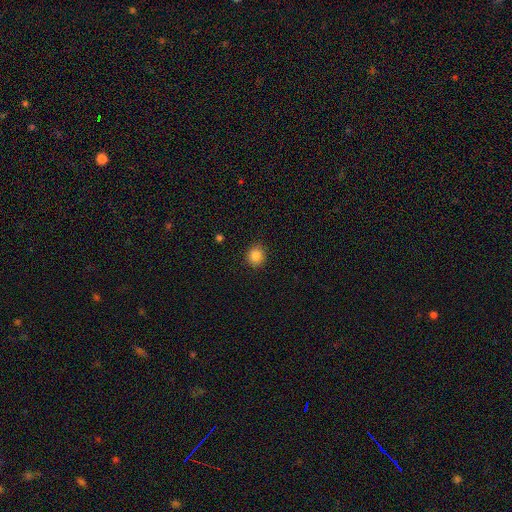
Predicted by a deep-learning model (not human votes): smooth 85%, star or artifact 11%, featured or disk 4%. Down the decision tree: how rounded — round (88%); merging — none (90%).